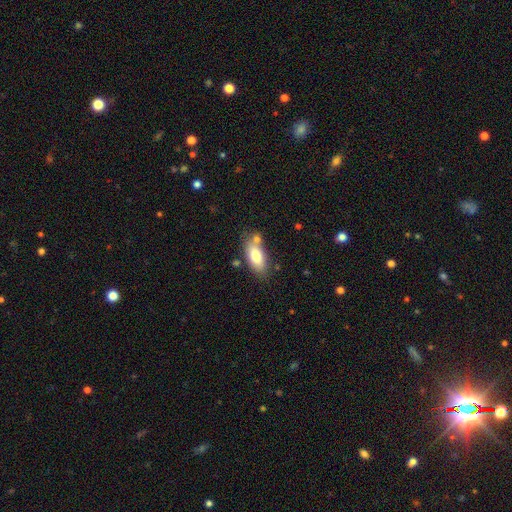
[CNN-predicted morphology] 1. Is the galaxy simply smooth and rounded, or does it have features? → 76% smooth, 17% featured or disk, 7% star or artifact.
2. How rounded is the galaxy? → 86% in between, 11% cigar-shaped, 3% round.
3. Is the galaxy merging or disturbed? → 66% none, 16% minor disturbance, 14% merger, 4% major disturbance.